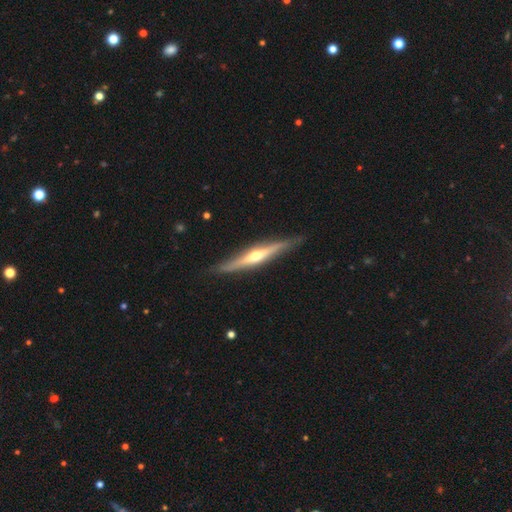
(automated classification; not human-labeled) Smooth or featured? Predicted: featured or disk (p=0.74). Edge-on disk? Predicted: yes (p=0.96). Edge-on bulge? Predicted: rounded (p=0.89). Merging? Predicted: none (p=0.87).